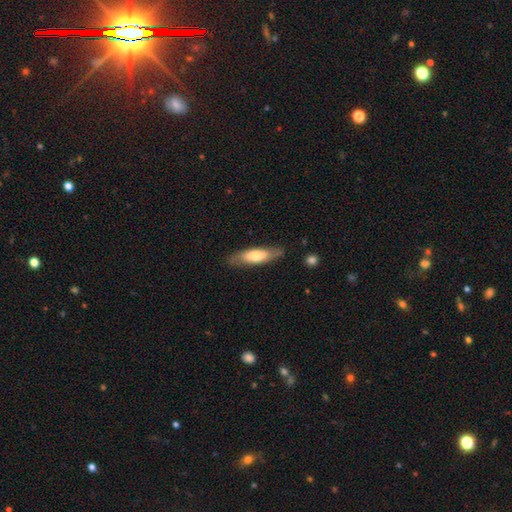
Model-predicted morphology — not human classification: smooth_or_featured: smooth (p=0.63) [alt: featured or disk p=0.32]
how_rounded: cigar-shaped (p=0.55) [alt: in between p=0.43]
merging: none (p=0.81) [alt: minor disturbance p=0.14]